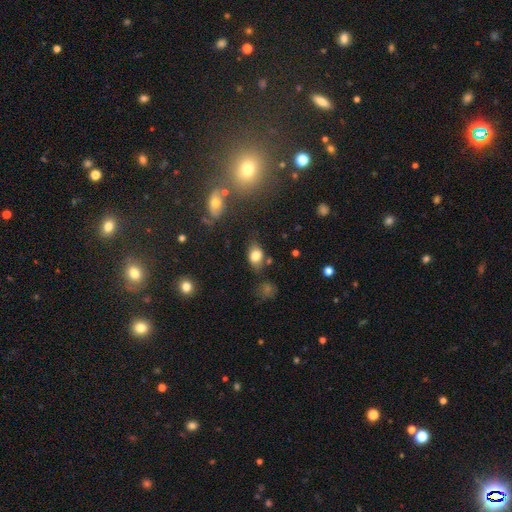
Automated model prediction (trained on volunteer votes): smooth 80%, featured or disk 11%, star or artifact 10%. Down the decision tree: how rounded — in between (78%); merging — none (69%).